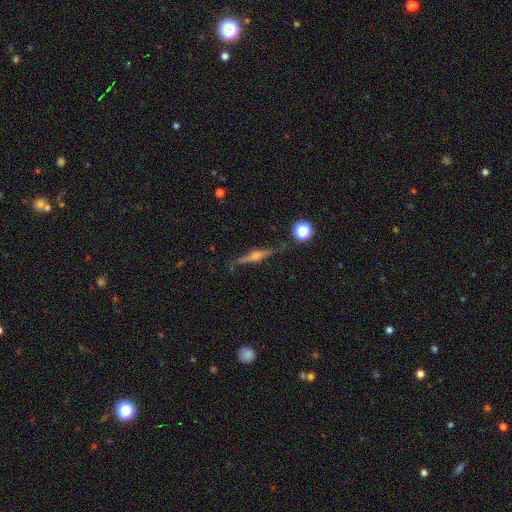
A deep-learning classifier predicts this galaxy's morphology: Smooth or featured: featured or disk — 74% (smooth — 17%)
Edge-on disk: yes — 96% (no — 4%)
Edge-on bulge: rounded — 86% (boxy — 9%)
Merging: none — 82% (minor disturbance — 12%)